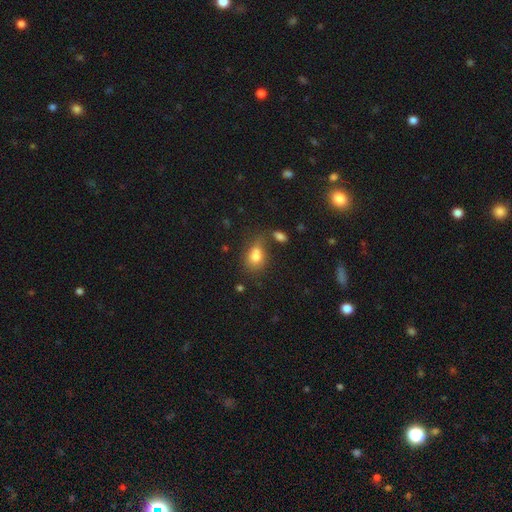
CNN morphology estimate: A smooth galaxy with no disk features (79%) that is in between round and cigar-shaped (66%). Merging: none (42%).